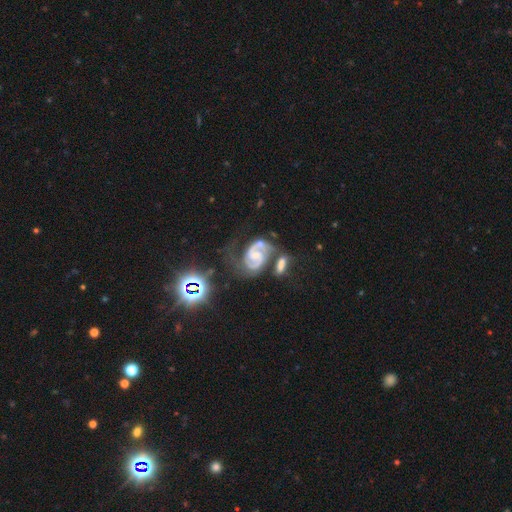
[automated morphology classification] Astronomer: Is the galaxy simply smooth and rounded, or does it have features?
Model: featured or disk — 90%.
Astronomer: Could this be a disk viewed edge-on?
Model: no — 98%.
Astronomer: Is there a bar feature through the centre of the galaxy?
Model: weak — 44% (runner-up: no, 39%).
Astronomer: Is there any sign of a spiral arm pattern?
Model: yes — 98%.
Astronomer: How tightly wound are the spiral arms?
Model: medium — 54% (runner-up: tight, 35%).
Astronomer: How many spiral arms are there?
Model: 2 — 92%.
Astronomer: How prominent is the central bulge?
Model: small — 58%.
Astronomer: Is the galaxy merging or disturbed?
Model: none — 42% (runner-up: merger, 22%).